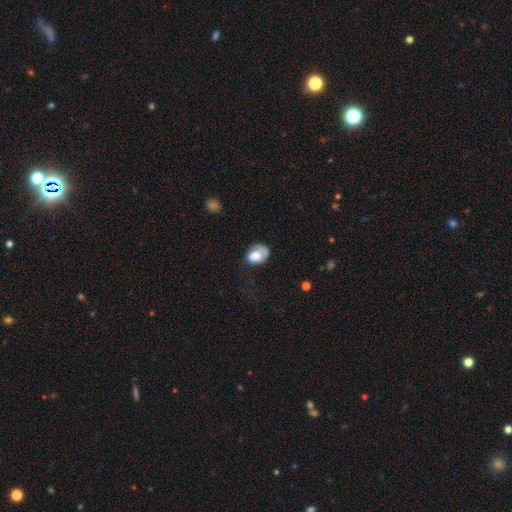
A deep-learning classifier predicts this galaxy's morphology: A smooth galaxy with no disk features (70%) that is in between round and cigar-shaped (70%). Merging: none (35%).